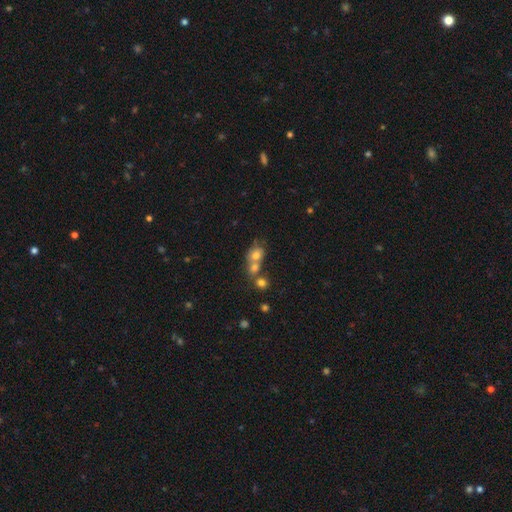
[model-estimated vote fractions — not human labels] smooth_or_featured: smooth (p=0.70) [alt: featured or disk p=0.17]
how_rounded: round (p=0.58) [alt: in between p=0.40]
merging: merger (p=0.57) [alt: none p=0.29]